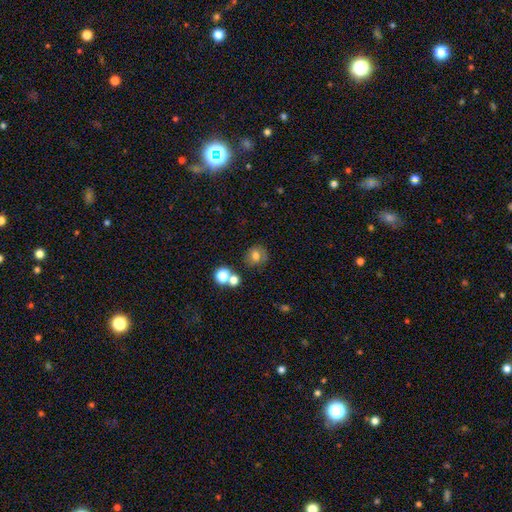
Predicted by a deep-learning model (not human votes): smooth-or-featured: smooth: 73% | star or artifact: 14% | featured or disk: 13%
  how-rounded: round: 78% | in between: 21% | cigar-shaped: 1%
  merging: none: 69% | minor disturbance: 13% | merger: 13% | major disturbance: 5%